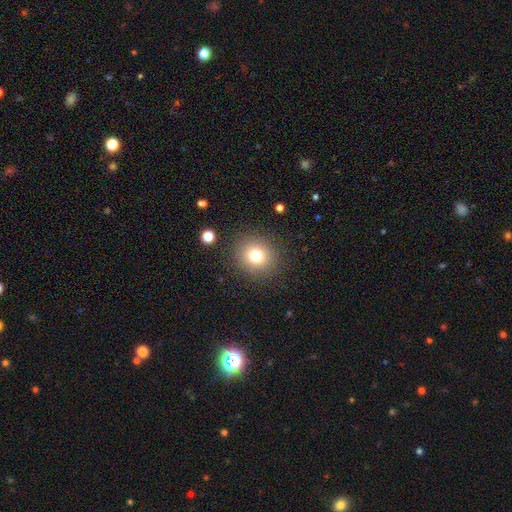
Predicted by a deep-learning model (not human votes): This appears to be a smooth galaxy with no disk features (76%) that is round (84%). Merging: none (88%).